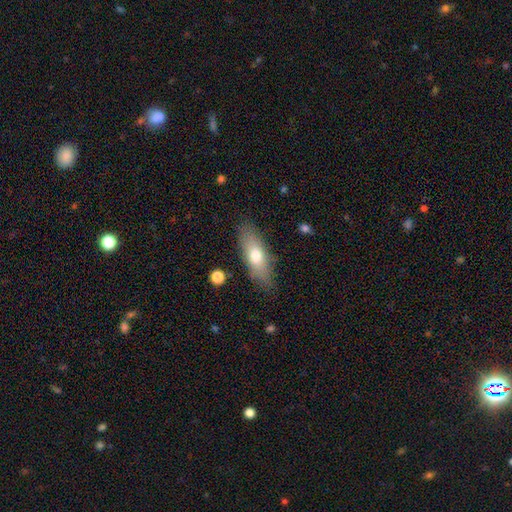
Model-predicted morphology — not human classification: Smooth or featured: smooth — 68% (featured or disk — 26%)
How rounded: in between — 64% (cigar-shaped — 33%)
Merging: none — 83% (minor disturbance — 12%)